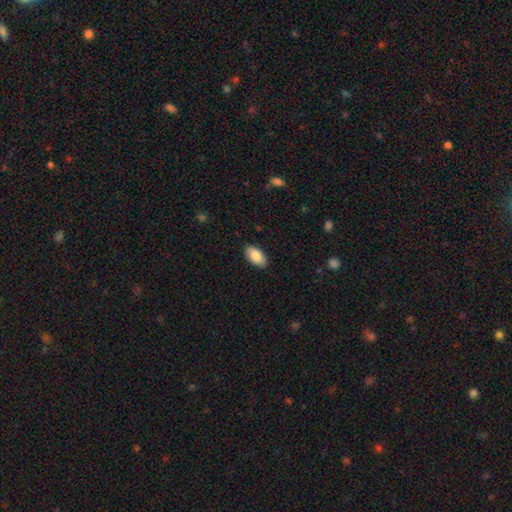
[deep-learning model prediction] smooth 87%, featured or disk 7%, star or artifact 6%. Down the decision tree: how rounded — in between (95%); merging — none (88%).